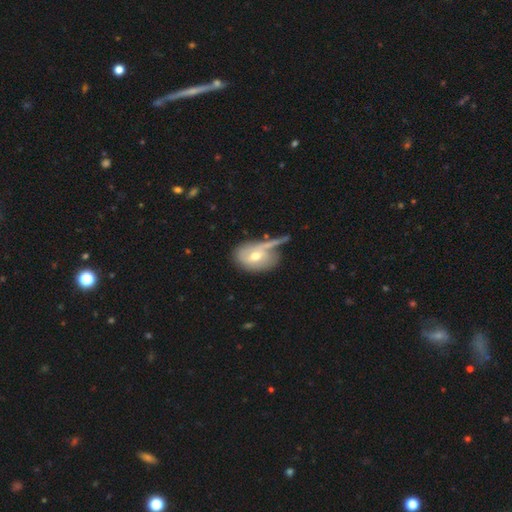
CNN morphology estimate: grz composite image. It shows a smooth galaxy with no disk features (50%) that is in between round and cigar-shaped (78%). Merging: none (37%).